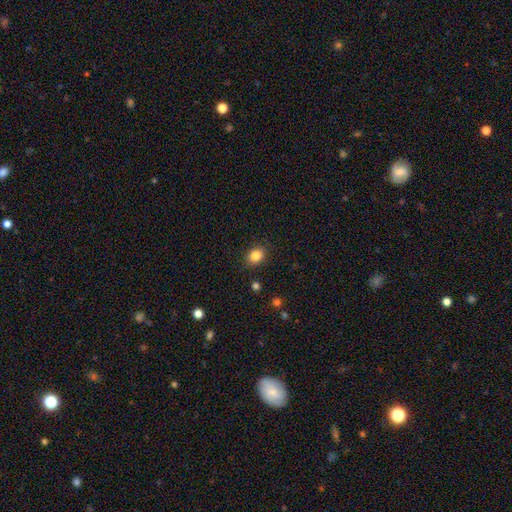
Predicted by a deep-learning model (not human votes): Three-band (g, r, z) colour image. It shows a smooth galaxy with no disk features (83%) that is round (51%). Merging: none (88%).